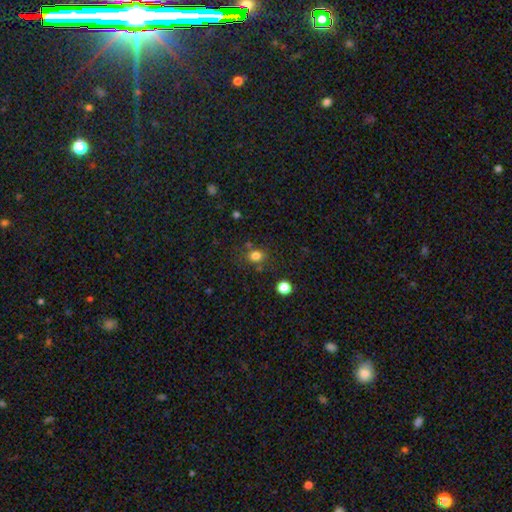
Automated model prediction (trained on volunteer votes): This is likely a smooth galaxy (80%). How rounded: likely round (65%). Merging: likely none (74%).